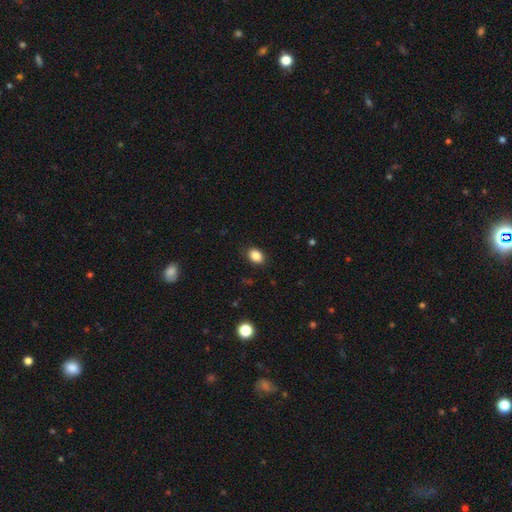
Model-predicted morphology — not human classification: A smooth galaxy with no disk features (87%) that is in between round and cigar-shaped (73%). Merging: none (87%).